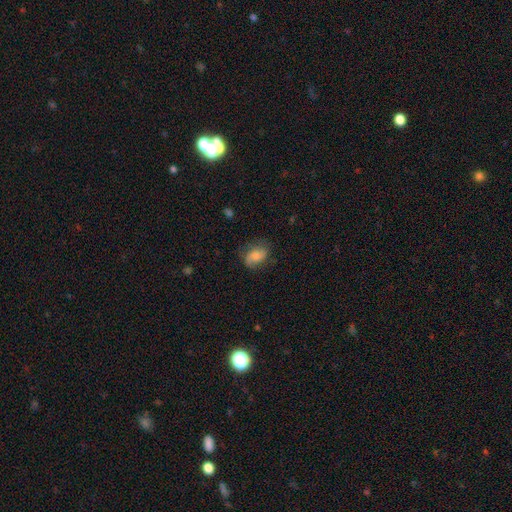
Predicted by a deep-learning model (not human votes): Smooth or featured? Predicted: smooth (p=0.62). How rounded? Predicted: in between (p=0.78). Merging? Predicted: none (p=0.62).